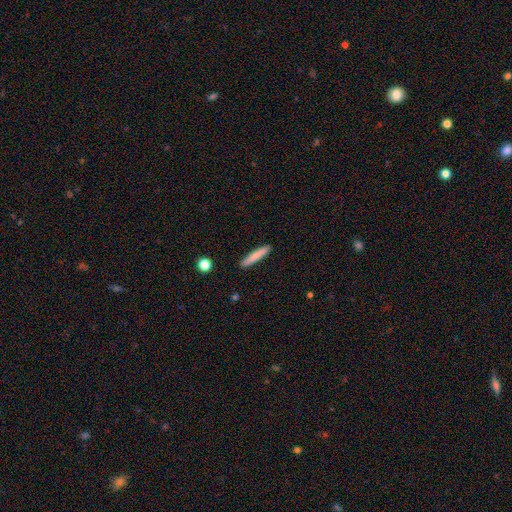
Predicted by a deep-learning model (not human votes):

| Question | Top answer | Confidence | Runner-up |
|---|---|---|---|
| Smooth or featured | smooth | 77% | featured or disk (16%) |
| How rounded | cigar-shaped | 92% | in between (7%) |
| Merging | none | 90% | minor disturbance (7%) |